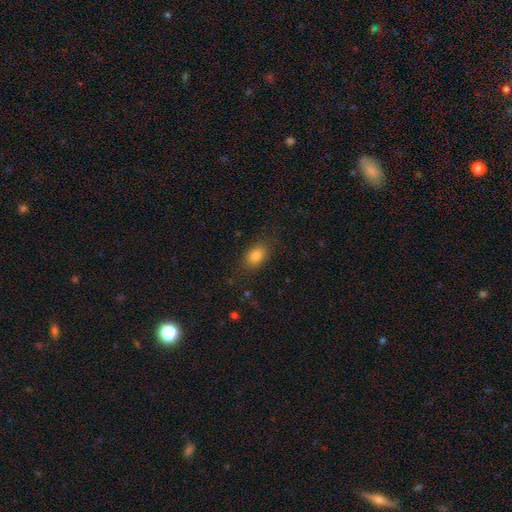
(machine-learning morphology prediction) Smooth or featured: smooth — 81% (star or artifact — 10%)
How rounded: in between — 78% (round — 21%)
Merging: none — 82% (minor disturbance — 13%)